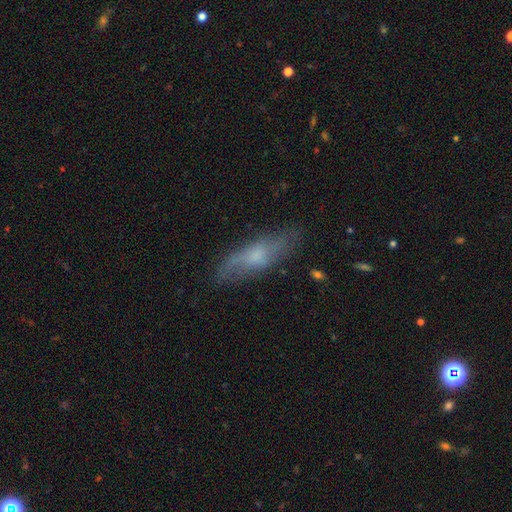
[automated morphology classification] A featured or disk galaxy (47%).

Vote fractions:
- Smooth or featured? featured or disk: 47% / smooth: 46% / star or artifact: 8%
- Merging? none: 73% / minor disturbance: 20% / major disturbance: 6% / merger: 2%